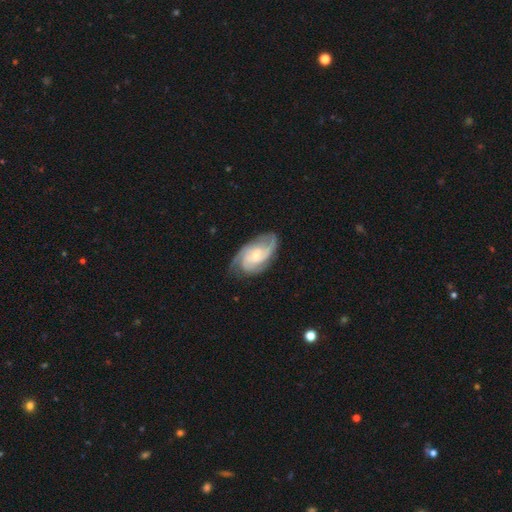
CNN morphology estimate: Smooth or featured? Predicted: featured or disk (p=0.86). Edge-on disk? Predicted: no (p=0.97). Bar? Predicted: no (p=0.48). Spiral arms? Predicted: yes (p=0.97). Spiral winding? Predicted: tight (p=0.47). Spiral arm count? Predicted: 3 (p=0.36). Bulge size? Predicted: small (p=0.57). Merging? Predicted: none (p=0.73).